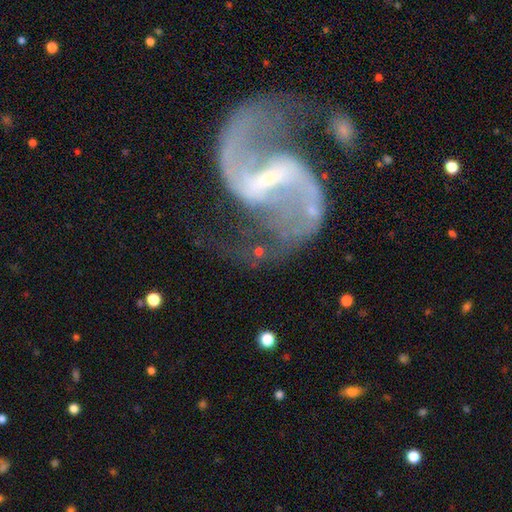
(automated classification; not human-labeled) smooth-or-featured: featured or disk: 93% | star or artifact: 5% | smooth: 2%
  disk-edge-on: no: 98% | yes: 2%
    bar: strong: 50% | weak: 39% | no: 11%
    has-spiral-arms: yes: 98% | no: 2%
      spiral-winding: loose: 53% | medium: 40% | tight: 7%
      spiral-arm-count: 2: 95% | can't tell: 1% | 1: 1% | 3: 1% | 4: 1% | more than 4: 1%
    bulge-size: small: 73% | moderate: 13% | none: 11% | large: 2% | dominant: 1%
  merging: none: 69% | minor disturbance: 15% | major disturbance: 12% | merger: 4%